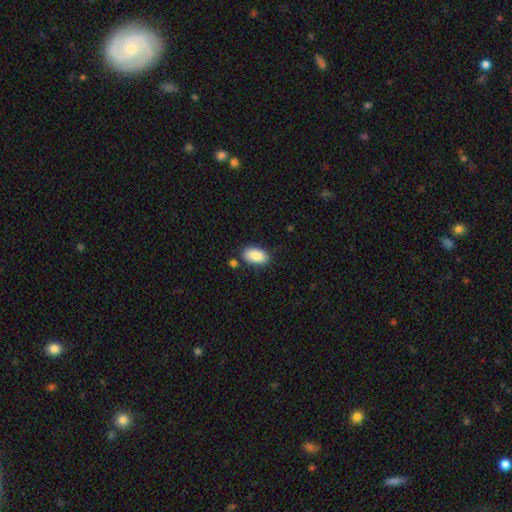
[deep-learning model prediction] A smooth galaxy with no disk features (89%) that is in between round and cigar-shaped (94%). Merging: none (80%).